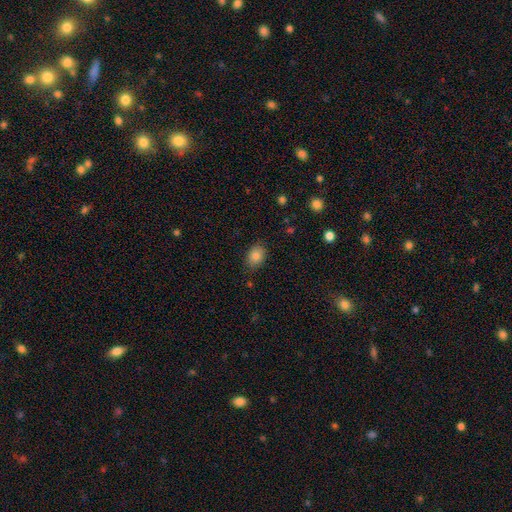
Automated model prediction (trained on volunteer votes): Overall: smooth (84%). How rounded: in between (78%). Merging: none (82%).